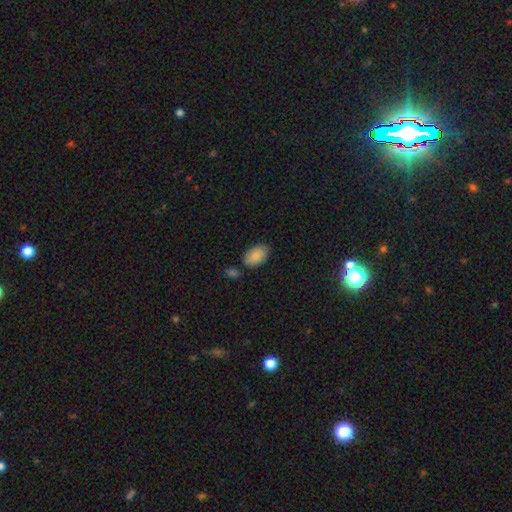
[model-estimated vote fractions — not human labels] The model was most divided on "merging": none: 73%, minor disturbance: 17%, merger: 7%, major disturbance: 4%. More confident: how rounded — in between (93%); smooth or featured — smooth (88%).